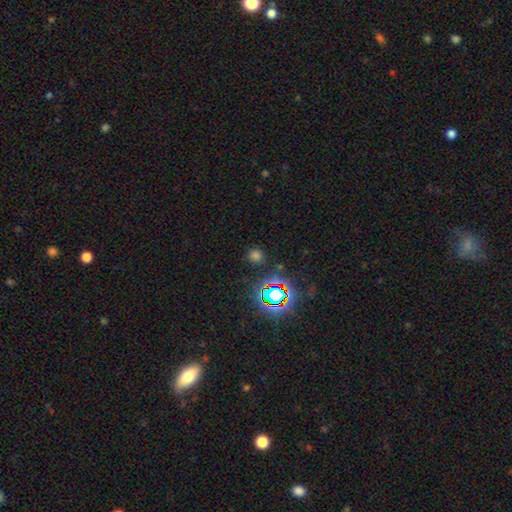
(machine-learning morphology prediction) smooth 61%, star or artifact 33%, featured or disk 6%. Down the decision tree: how rounded — round (87%); merging — none (86%).